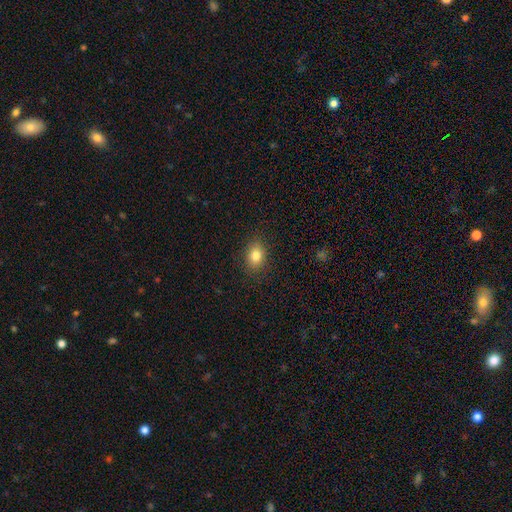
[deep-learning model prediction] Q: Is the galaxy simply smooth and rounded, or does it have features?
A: smooth — 81%.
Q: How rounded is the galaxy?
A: in between — 67%.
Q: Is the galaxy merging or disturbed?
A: none — 87%.